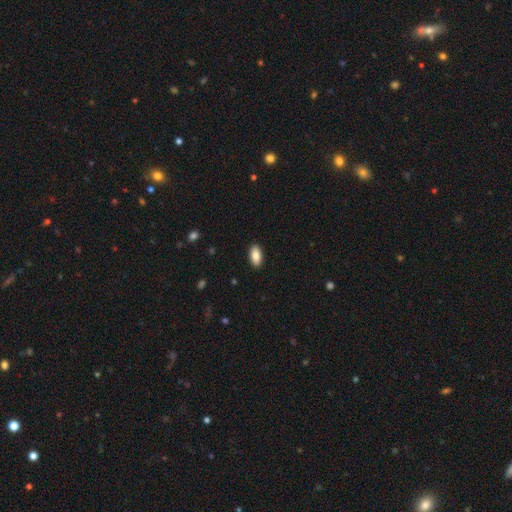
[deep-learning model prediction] The model was most divided on "smooth or featured": smooth: 86%, featured or disk: 8%, star or artifact: 7%. More confident: how rounded — in between (92%); merging — none (90%).